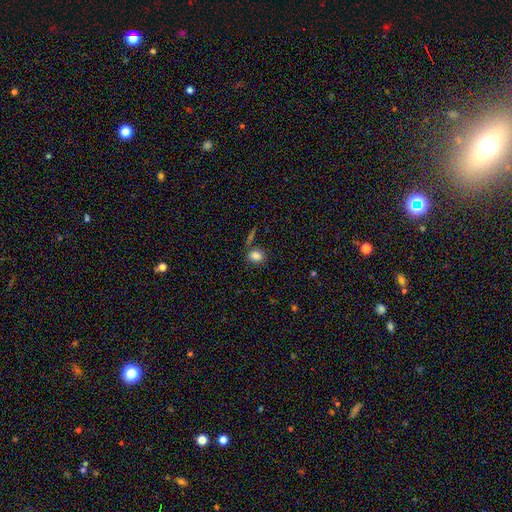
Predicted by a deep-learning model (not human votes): Morphology: type=smooth (83%); roundness=in between (61%); merging=none (67%).